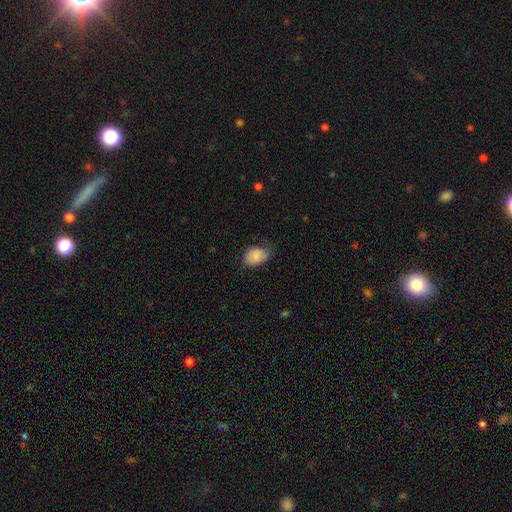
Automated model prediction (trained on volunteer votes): smooth-or-featured: smooth: 83% | featured or disk: 10% | star or artifact: 7%
  how-rounded: in between: 74% | round: 25% | cigar-shaped: 1%
  merging: none: 54% | minor disturbance: 34% | major disturbance: 10% | merger: 1%